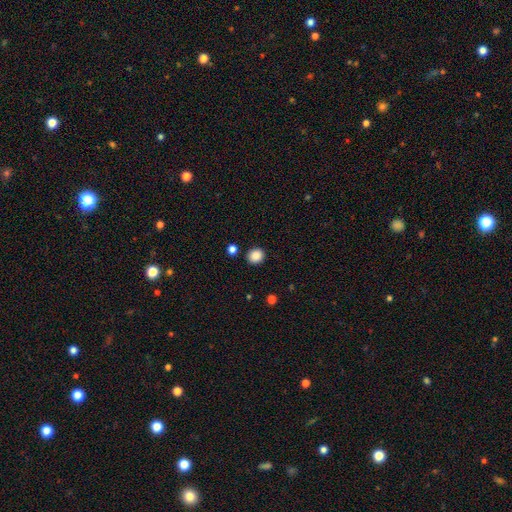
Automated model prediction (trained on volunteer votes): Overall: smooth (87%). How rounded: round (84%). Merging: none (89%).